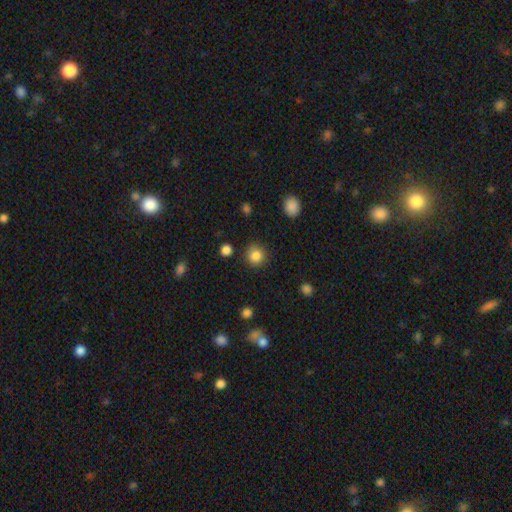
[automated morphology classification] Smooth or featured? smooth (85%)
How rounded? round (92%)
Merging? none (88%)